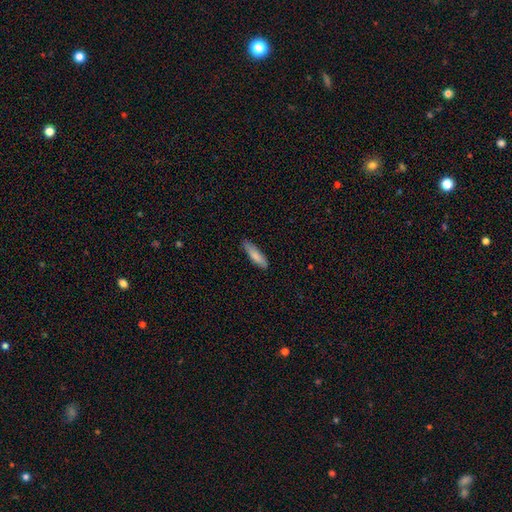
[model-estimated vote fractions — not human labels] Morphology: type=smooth (82%); roundness=cigar-shaped (70%); merging=none (83%).